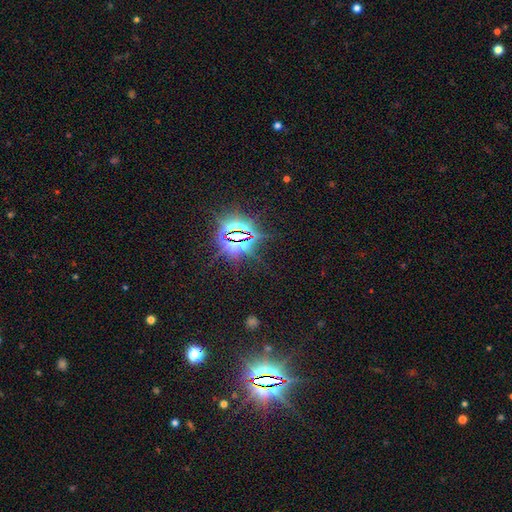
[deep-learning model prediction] Q: Smooth or featured?
A: star or artifact (83%); runner-up: smooth (10%)